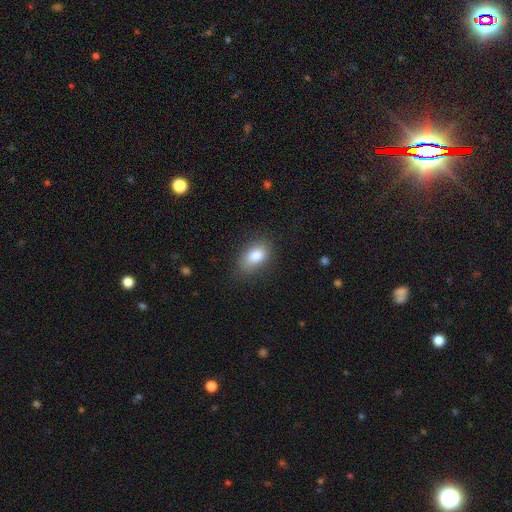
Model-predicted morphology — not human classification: smooth 83%, featured or disk 9%, star or artifact 8%. Down the decision tree: how rounded — in between (87%); merging — none (78%).